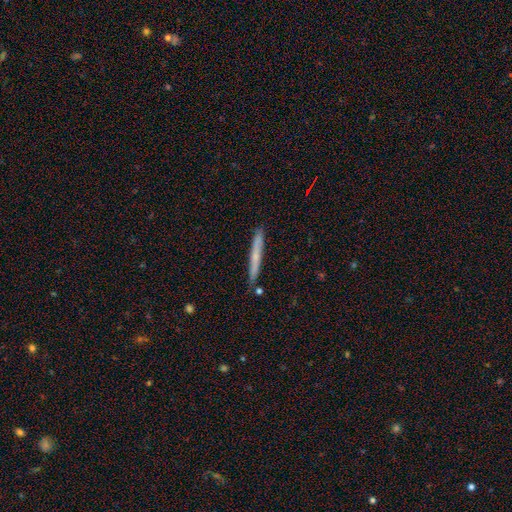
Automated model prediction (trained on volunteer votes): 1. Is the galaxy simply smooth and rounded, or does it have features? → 55% smooth, 39% featured or disk, 6% star or artifact.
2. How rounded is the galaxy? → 97% cigar-shaped, 2% in between, 1% round.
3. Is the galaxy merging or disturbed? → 87% none, 10% minor disturbance, 2% merger, 2% major disturbance.